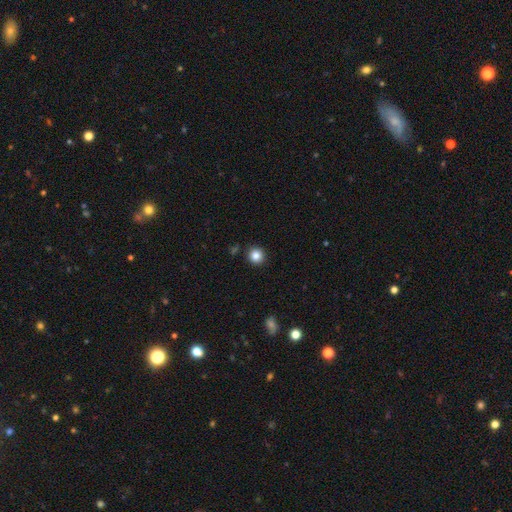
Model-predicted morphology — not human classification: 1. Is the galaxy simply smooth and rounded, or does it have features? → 84% smooth, 11% star or artifact, 5% featured or disk.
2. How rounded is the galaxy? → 93% round, 6% in between, 1% cigar-shaped.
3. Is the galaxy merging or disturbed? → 91% none, 6% minor disturbance, 2% merger, 2% major disturbance.